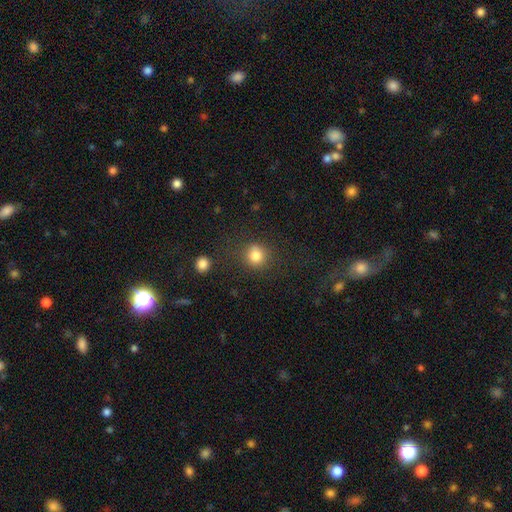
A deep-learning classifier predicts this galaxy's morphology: This appears to be a smooth galaxy with no disk features (82%) that is round (87%). Merging: none (78%).